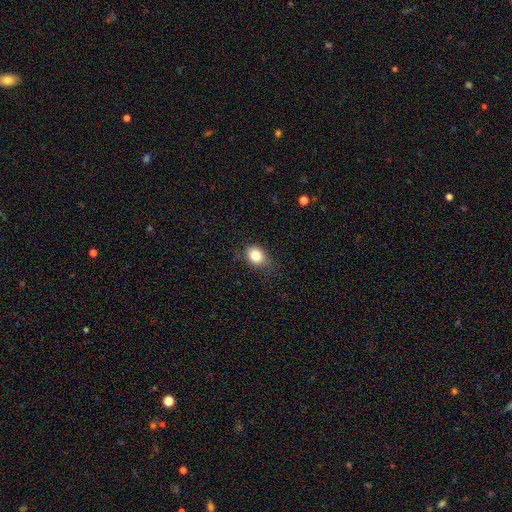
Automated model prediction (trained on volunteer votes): Morphology: type=smooth (82%); roundness=in between (51%); merging=none (75%).